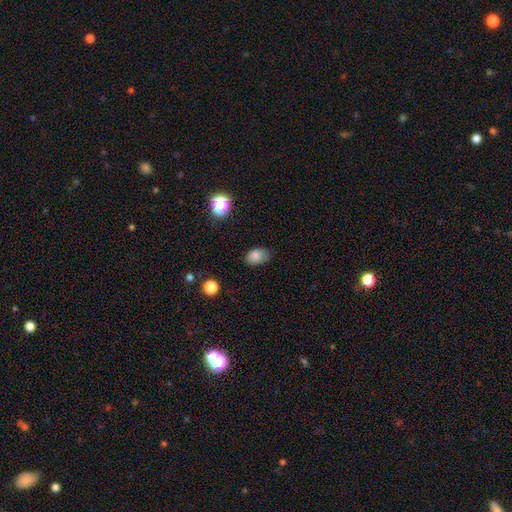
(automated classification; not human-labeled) A smooth galaxy with no disk features (83%) that is in between round and cigar-shaped (83%). Merging: none (72%).